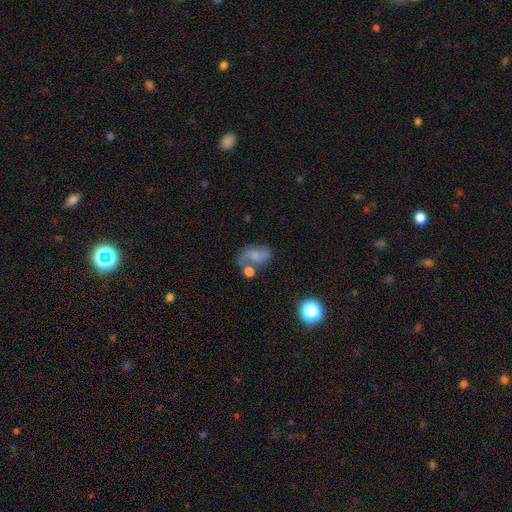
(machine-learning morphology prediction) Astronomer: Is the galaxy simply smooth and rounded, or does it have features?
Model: featured or disk — 48% (runner-up: smooth, 39%).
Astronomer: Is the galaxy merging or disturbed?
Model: none — 38% (runner-up: merger, 23%).